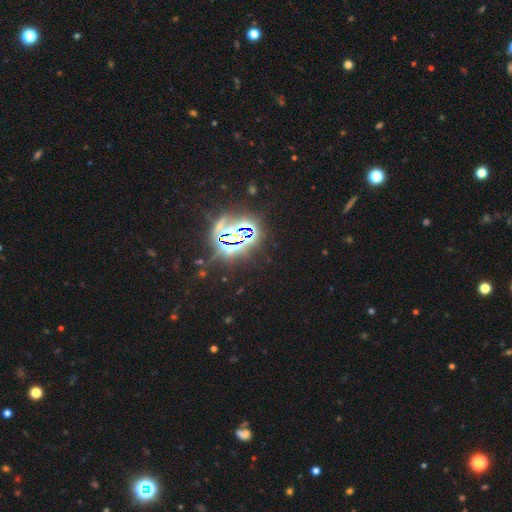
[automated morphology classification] A star or artifact, not a galaxy (79%).

Vote fractions:
- Smooth or featured? star or artifact: 79% / smooth: 11% / featured or disk: 10%